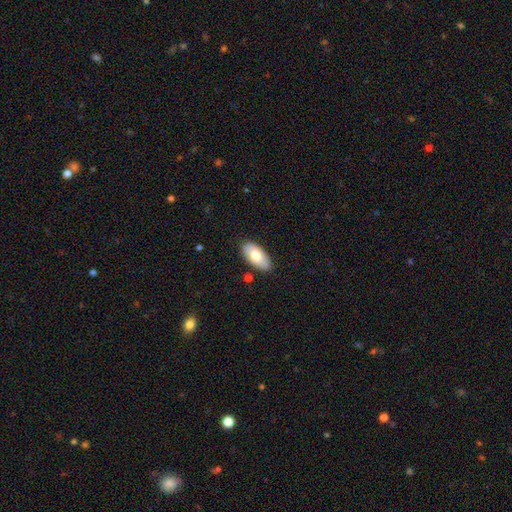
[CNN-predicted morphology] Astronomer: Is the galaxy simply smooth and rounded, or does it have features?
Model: smooth — 74%.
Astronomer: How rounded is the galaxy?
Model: in between — 94%.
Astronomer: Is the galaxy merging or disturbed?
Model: none — 86%.